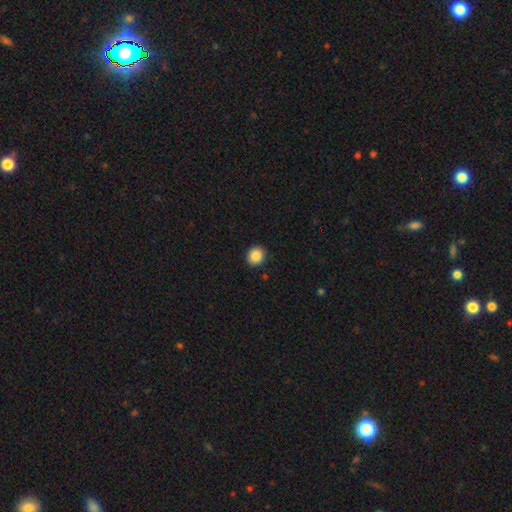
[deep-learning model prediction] This appears to be a smooth galaxy with no disk features (88%) that is round (76%). Merging: none (91%).